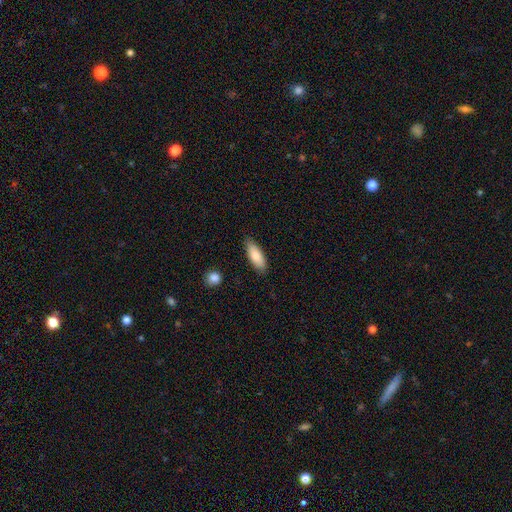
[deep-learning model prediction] Smooth or featured? Predicted: smooth (p=0.82). How rounded? Predicted: in between (p=0.69). Merging? Predicted: none (p=0.83).